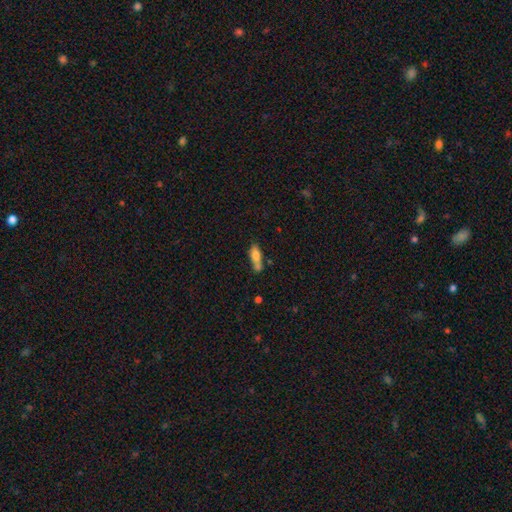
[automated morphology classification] Smooth or featured? Predicted: smooth (p=0.72). How rounded? Predicted: in between (p=0.68). Merging? Predicted: none (p=0.39).